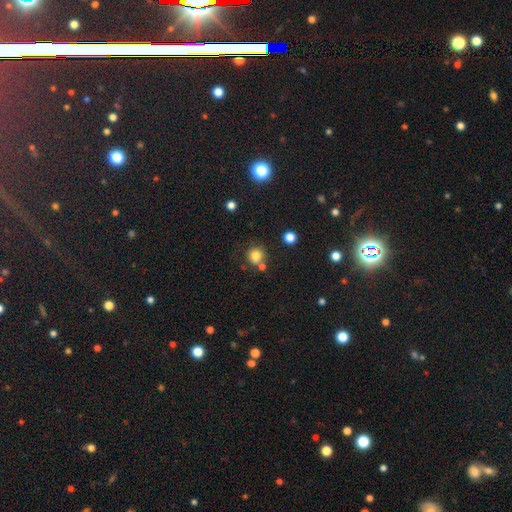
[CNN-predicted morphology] Smooth or featured?
  - smooth: 80% *
  - star or artifact: 13%
  - featured or disk: 8%
How rounded?
  - round: 89% *
  - in between: 10%
  - cigar-shaped: 1%
Merging?
  - none: 65% *
  - merger: 19%
  - minor disturbance: 12%
  - major disturbance: 4%